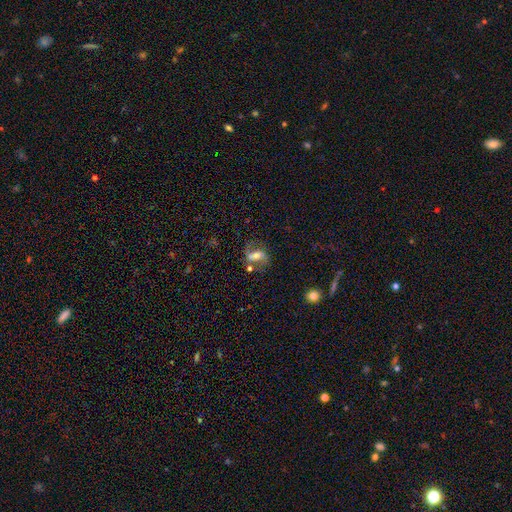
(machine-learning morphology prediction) Q: Smooth or featured?
A: featured or disk (59%); runner-up: smooth (30%)
Q: Edge-on disk?
A: no (92%); runner-up: yes (8%)
Q: Bar?
A: strong (44%); runner-up: weak (34%)
Q: Spiral arms?
A: yes (80%); runner-up: no (20%)
Q: Bulge size?
A: moderate (50%); runner-up: small (27%)
Q: Merging?
A: none (56%); runner-up: minor disturbance (18%)